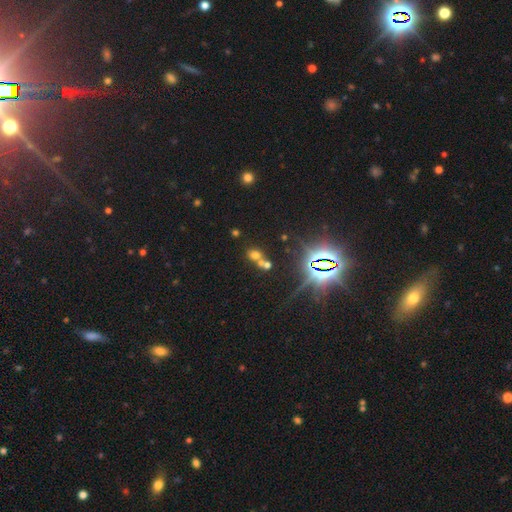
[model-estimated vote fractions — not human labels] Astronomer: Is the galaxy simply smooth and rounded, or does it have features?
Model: smooth — 51% (runner-up: star or artifact, 35%).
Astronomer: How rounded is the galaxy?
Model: round — 66%.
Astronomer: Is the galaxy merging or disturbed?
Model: merger — 49% (runner-up: none, 39%).